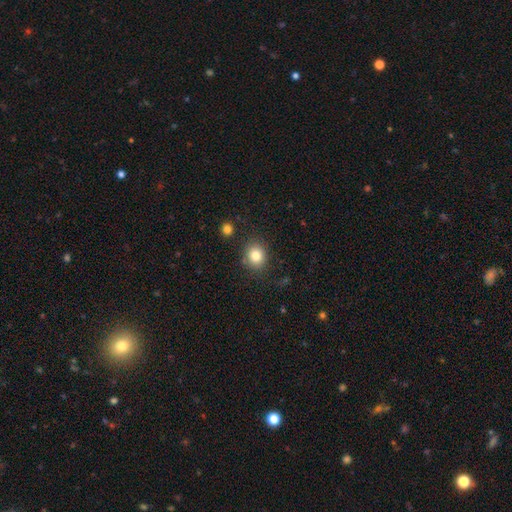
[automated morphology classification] This is clearly a smooth galaxy (81%). How rounded: likely round (75%). Merging: clearly none (82%).